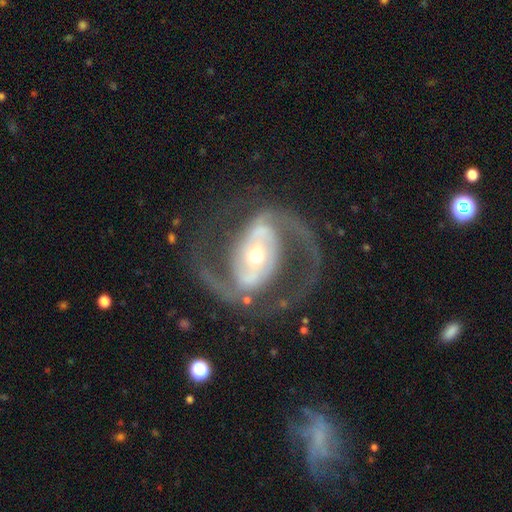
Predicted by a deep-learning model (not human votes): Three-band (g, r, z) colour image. It shows a featured or disk galaxy (92%) with a strong bar (44%), 2 (93%) medium (61%) spiral arms (96%) and a moderate central bulge (57%). Merging: none (77%).